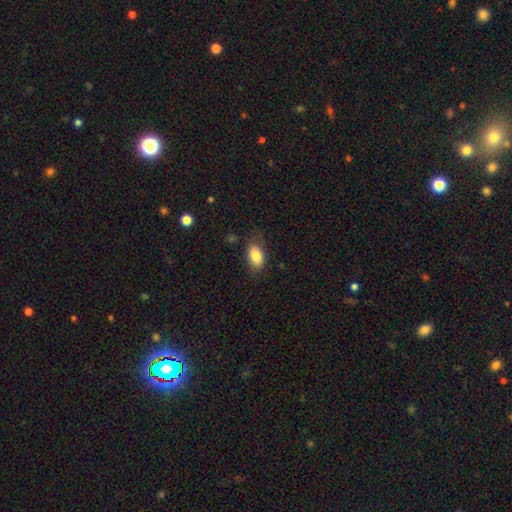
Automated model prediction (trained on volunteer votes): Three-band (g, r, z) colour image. It shows a smooth galaxy with no disk features (83%) that is in between round and cigar-shaped (88%). Merging: none (76%).